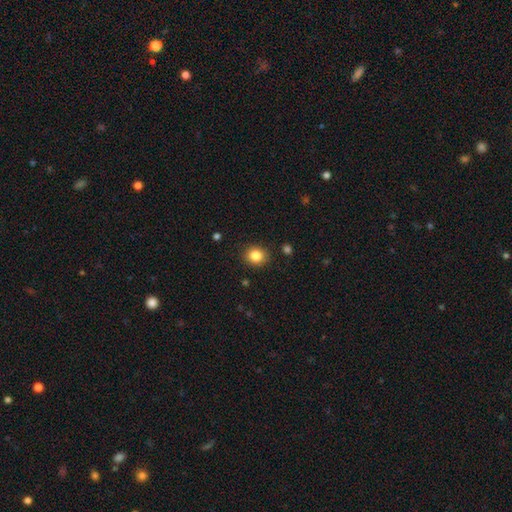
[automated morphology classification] A smooth galaxy with no disk features (85%) that is round (75%). Merging: none (89%).